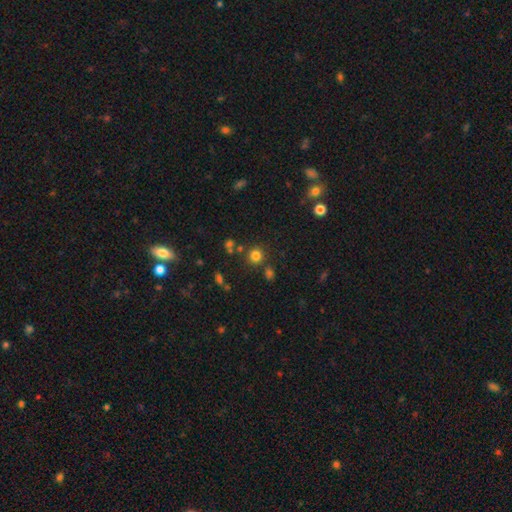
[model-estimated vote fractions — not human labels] The model was most divided on "smooth or featured": smooth: 78%, star or artifact: 16%, featured or disk: 6%. More confident: how rounded — round (91%); merging — none (80%).